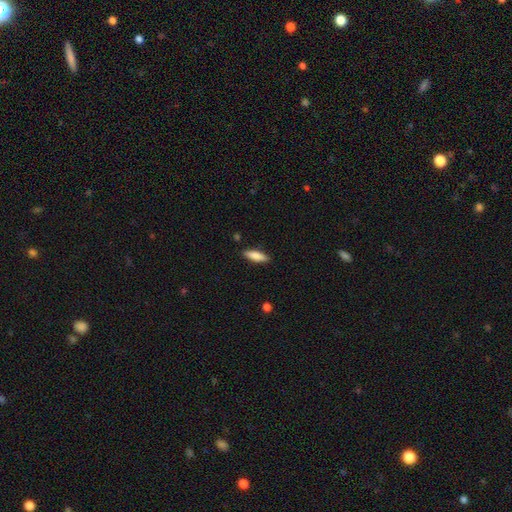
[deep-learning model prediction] Smooth or featured? smooth (82%)
How rounded? cigar-shaped (52%)
Merging? none (88%)